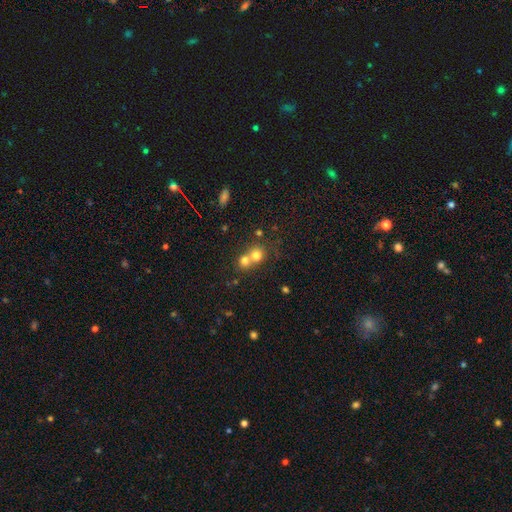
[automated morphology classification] A smooth galaxy with no disk features (74%) that is round (83%).

Vote fractions:
- Smooth or featured? smooth: 74% / star or artifact: 13% / featured or disk: 13%
- How rounded? round: 83% / in between: 16% / cigar-shaped: 1%
- Merging? merger: 58% / none: 35% / minor disturbance: 5% / major disturbance: 3%